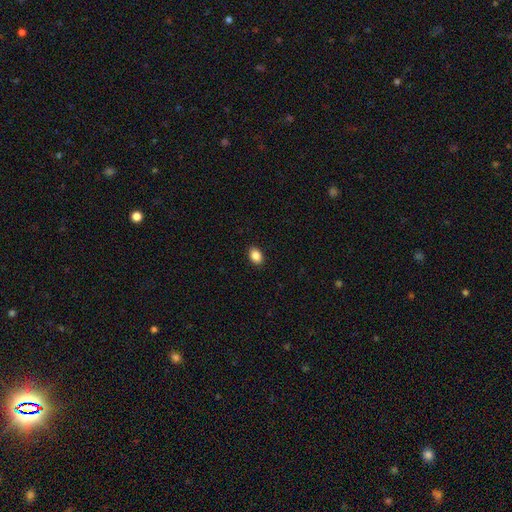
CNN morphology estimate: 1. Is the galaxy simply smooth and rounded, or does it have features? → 88% smooth, 9% star or artifact, 4% featured or disk.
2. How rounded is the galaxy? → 77% in between, 22% round, 1% cigar-shaped.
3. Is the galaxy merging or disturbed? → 90% none, 7% minor disturbance, 2% major disturbance, 1% merger.